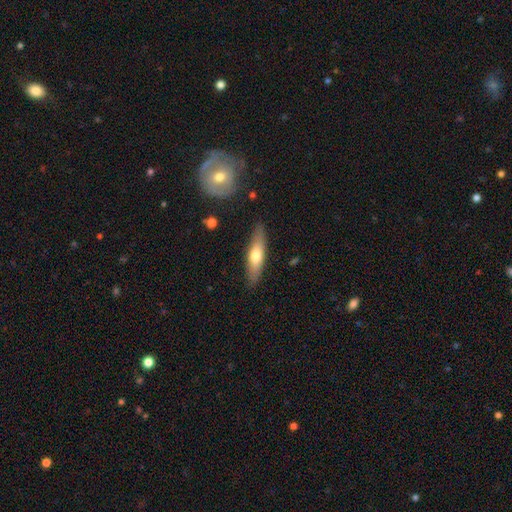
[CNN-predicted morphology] smooth 59%, featured or disk 35%, star or artifact 6%. Down the decision tree: how rounded — cigar-shaped (67%); merging — none (85%).